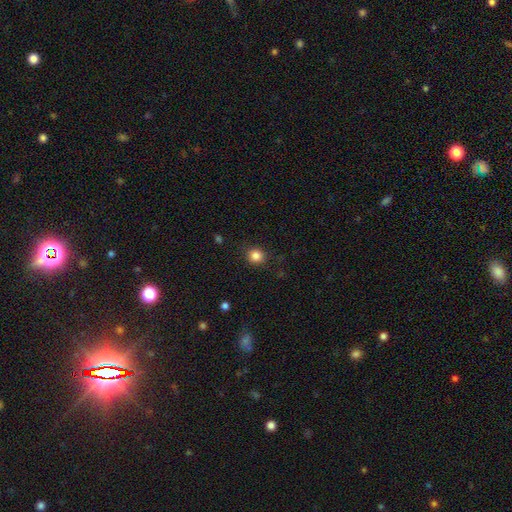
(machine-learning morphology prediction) type=smooth (85%); roundness=round (88%); merging=none (88%).